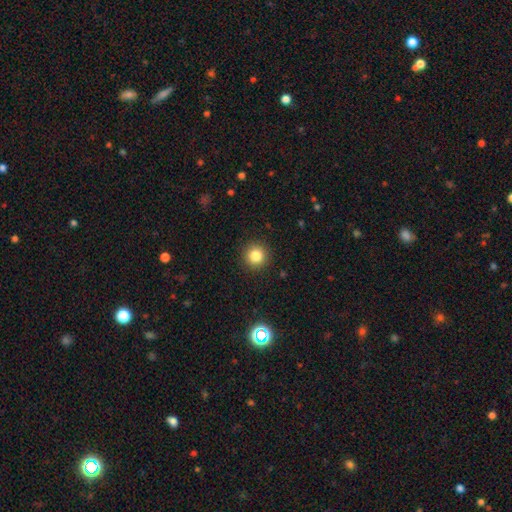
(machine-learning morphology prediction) A smooth galaxy with no disk features (83%) that is round (95%). Merging: none (92%).